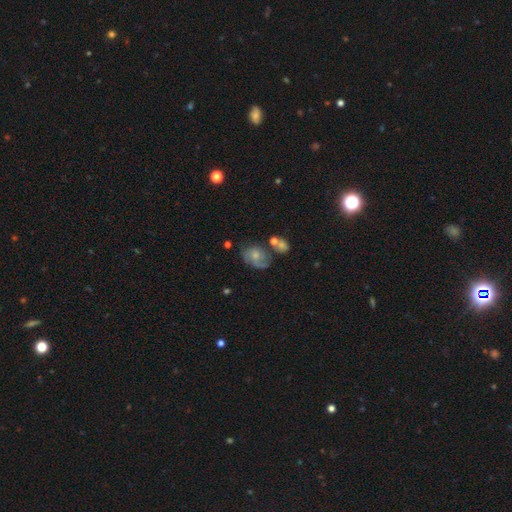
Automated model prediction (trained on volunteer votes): This appears to be a smooth galaxy with no disk features (48%). Merging: none (41%).